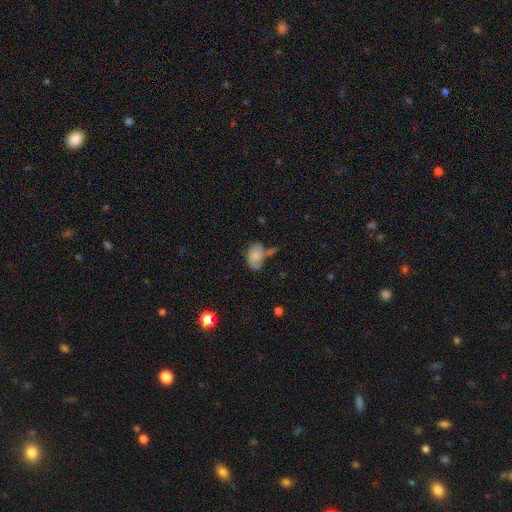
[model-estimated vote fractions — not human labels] A smooth galaxy with no disk features (65%) that is in between round and cigar-shaped (82%). Merging: none (40%).